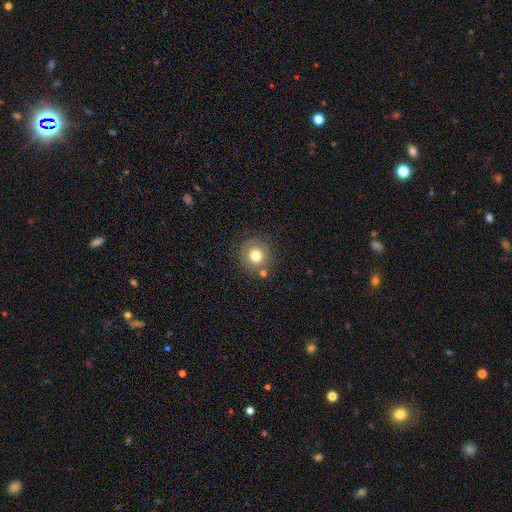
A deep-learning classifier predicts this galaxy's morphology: Smooth or featured? Predicted: smooth (p=0.72). How rounded? Predicted: round (p=0.90). Merging? Predicted: none (p=0.77).